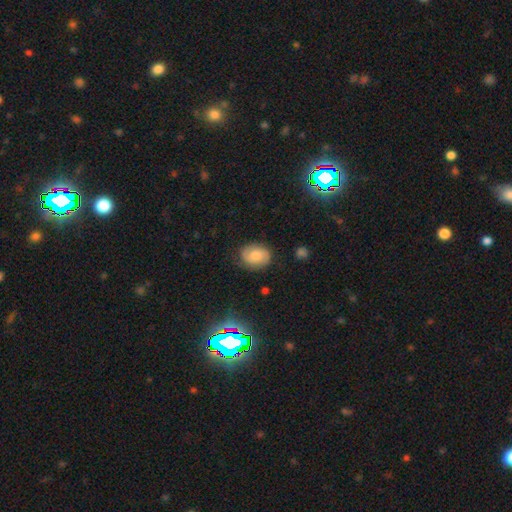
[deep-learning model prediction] A smooth galaxy with no disk features (51%) that is in between round and cigar-shaped (57%).

Vote fractions:
- Smooth or featured? smooth: 51% / featured or disk: 39% / star or artifact: 10%
- How rounded? in between: 57% / round: 42% / cigar-shaped: 1%
- Merging? none: 78% / minor disturbance: 16% / major disturbance: 5% / merger: 1%